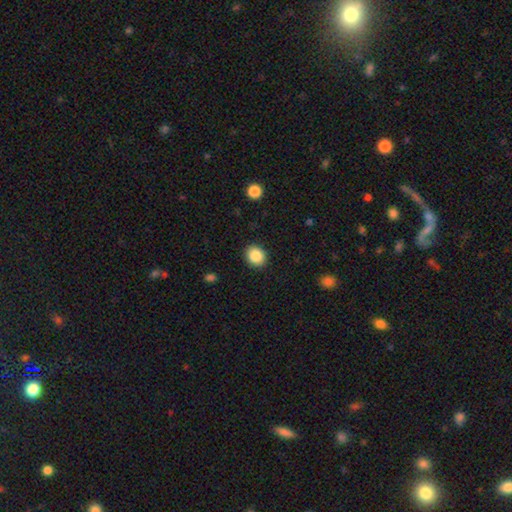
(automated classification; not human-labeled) smooth_or_featured: smooth (p=0.87) [alt: star or artifact p=0.09]
how_rounded: round (p=0.65) [alt: in between p=0.34]
merging: none (p=0.90) [alt: minor disturbance p=0.07]